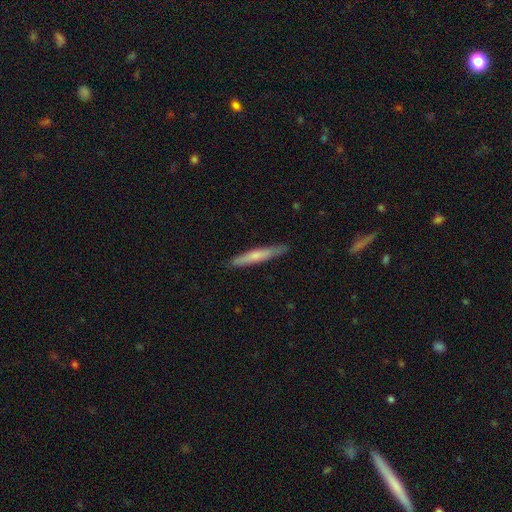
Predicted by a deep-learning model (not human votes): Smooth or featured? Predicted: smooth (p=0.61). How rounded? Predicted: cigar-shaped (p=0.94). Merging? Predicted: none (p=0.87).